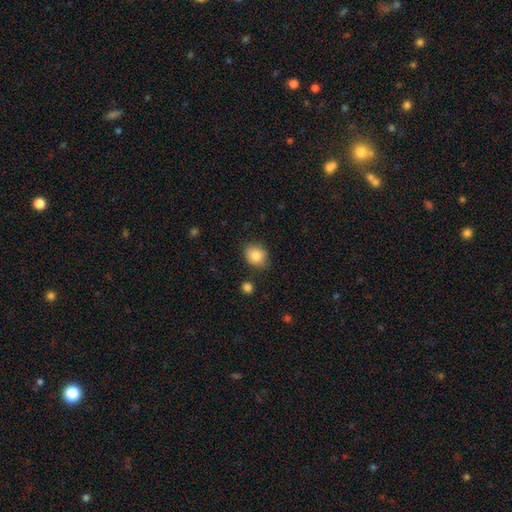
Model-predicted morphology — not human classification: This appears to be a smooth galaxy with no disk features (86%) that is round (60%). Merging: none (81%).